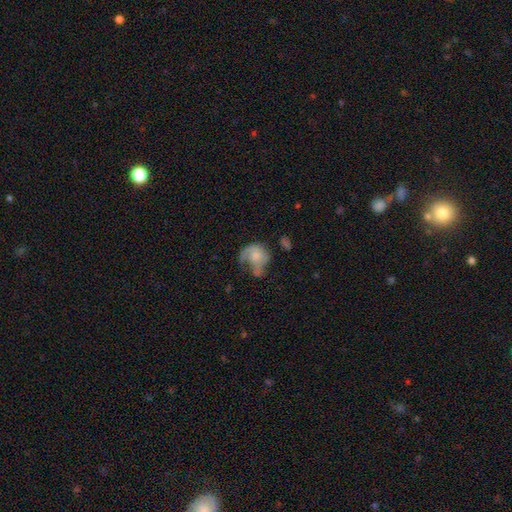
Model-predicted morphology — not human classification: A featured or disk galaxy (51%).

Vote fractions:
- Smooth or featured? featured or disk: 51% / smooth: 42% / star or artifact: 7%
- Edge-on disk? no: 98% / yes: 2%
- Merging? major disturbance: 42% / none: 26% / minor disturbance: 23% / merger: 8%